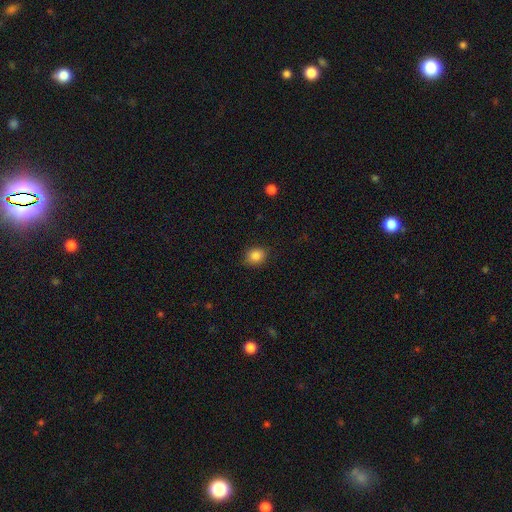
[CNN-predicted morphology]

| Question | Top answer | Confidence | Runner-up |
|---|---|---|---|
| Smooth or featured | smooth | 86% | star or artifact (10%) |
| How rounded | round | 62% | in between (37%) |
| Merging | none | 84% | minor disturbance (13%) |